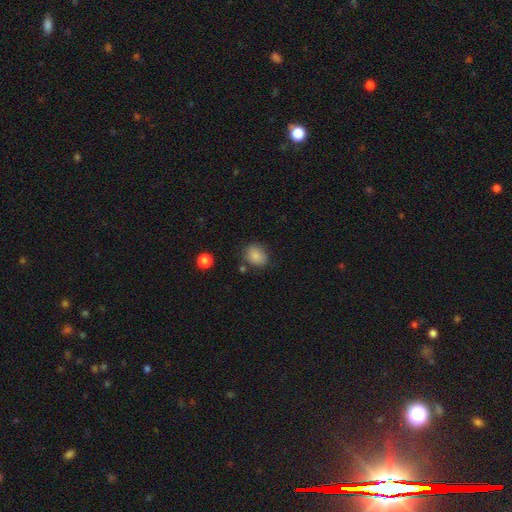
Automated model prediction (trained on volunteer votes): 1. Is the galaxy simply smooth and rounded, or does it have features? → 84% smooth, 10% star or artifact, 6% featured or disk.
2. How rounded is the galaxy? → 58% round, 41% in between, 1% cigar-shaped.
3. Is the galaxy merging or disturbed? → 76% none, 16% minor disturbance, 5% merger, 4% major disturbance.